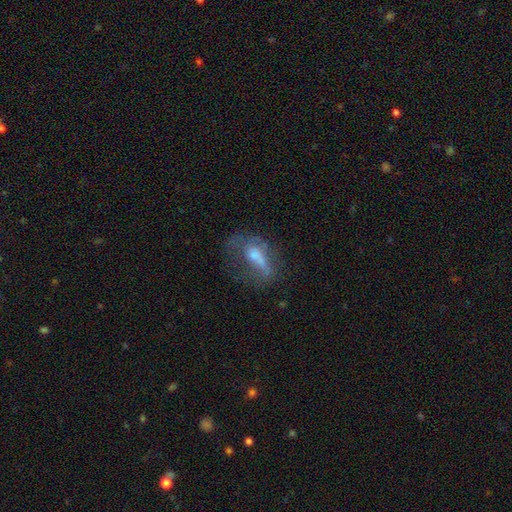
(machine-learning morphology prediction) smooth_or_featured: featured or disk (p=0.46) [alt: smooth p=0.41]
merging: major disturbance (p=0.38) [alt: none p=0.35]